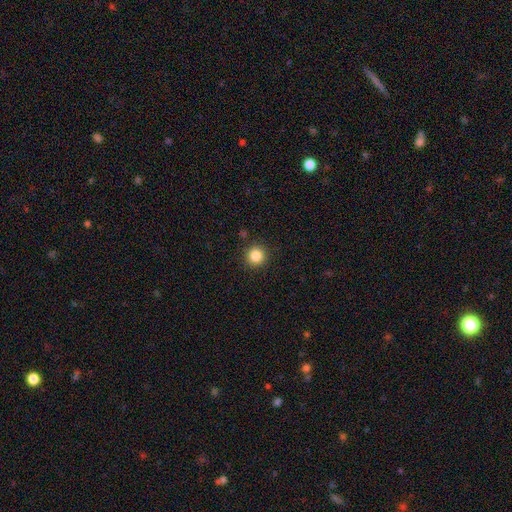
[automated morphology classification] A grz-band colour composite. It shows a smooth galaxy with no disk features (85%) that is round (95%). Merging: none (91%).